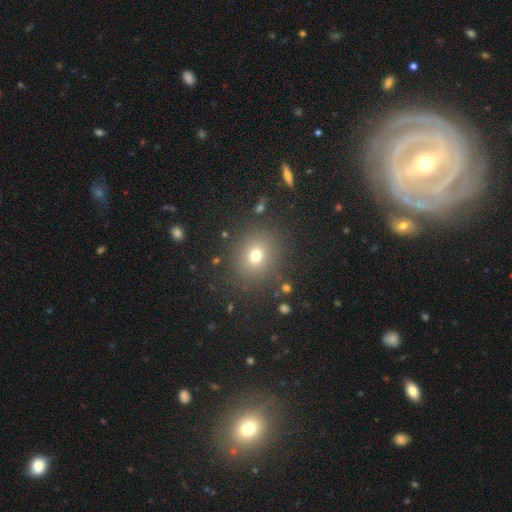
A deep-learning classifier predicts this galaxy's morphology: This appears to be a smooth galaxy with no disk features (71%) that is round (75%). Merging: none (86%).